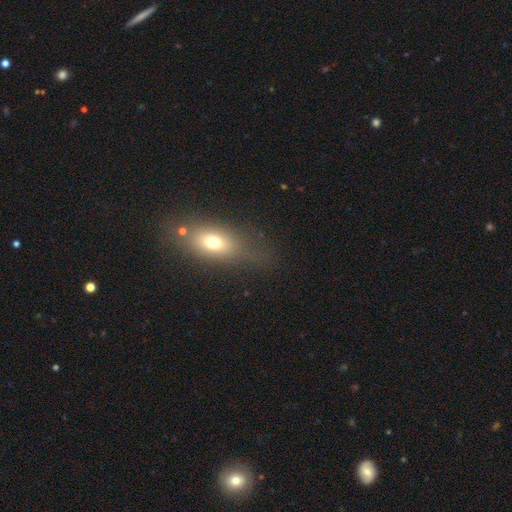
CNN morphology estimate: smooth-or-featured: smooth: 53% | featured or disk: 27% | star or artifact: 20%
  how-rounded: in between: 62% | cigar-shaped: 25% | round: 13%
  merging: none: 68% | minor disturbance: 18% | major disturbance: 8% | merger: 6%